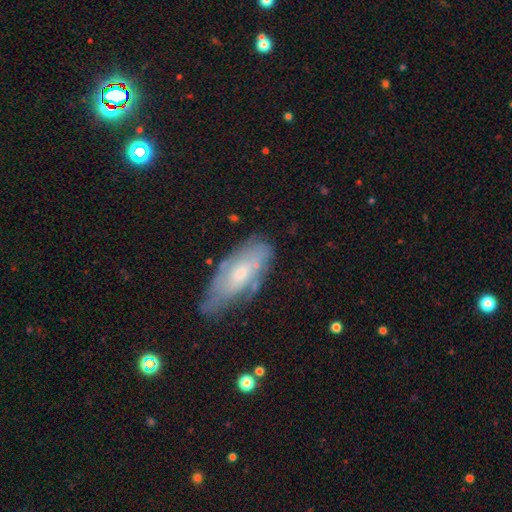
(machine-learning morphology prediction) Smooth or featured? Predicted: featured or disk (p=0.57). Edge-on disk? Predicted: no (p=0.83). Merging? Predicted: none (p=0.58).